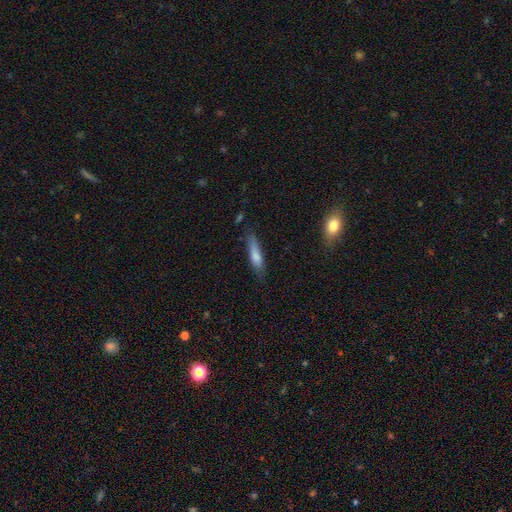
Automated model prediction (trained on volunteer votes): A smooth galaxy with no disk features (76%) that is cigar-shaped (74%). Merging: none (70%).